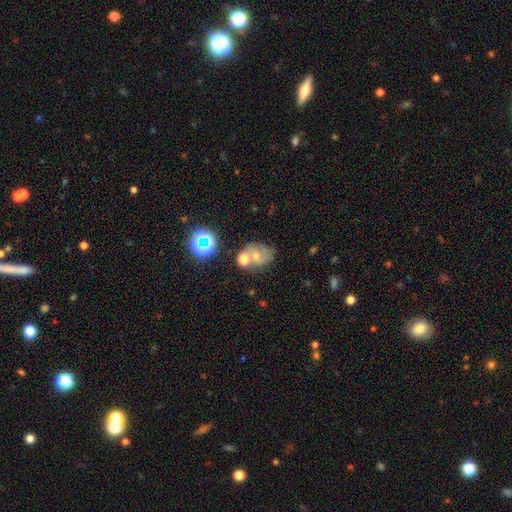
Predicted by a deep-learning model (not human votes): Smooth or featured? Predicted: smooth (p=0.48). Merging? Predicted: none (p=0.43).